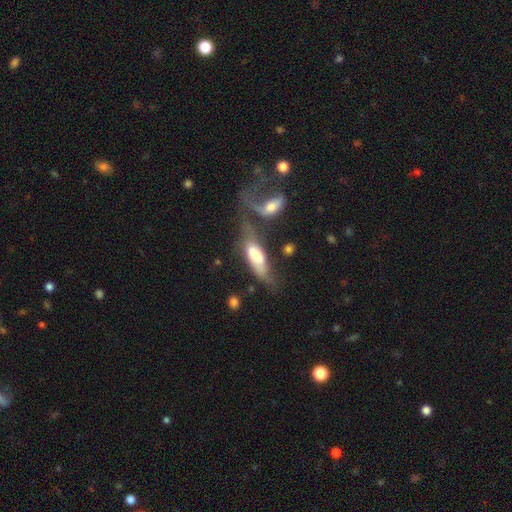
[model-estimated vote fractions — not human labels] Overall: smooth (53%; featured or disk 40%). How rounded: in between (66%; cigar-shaped 31%). Merging: merger (41%; major disturbance 25%).